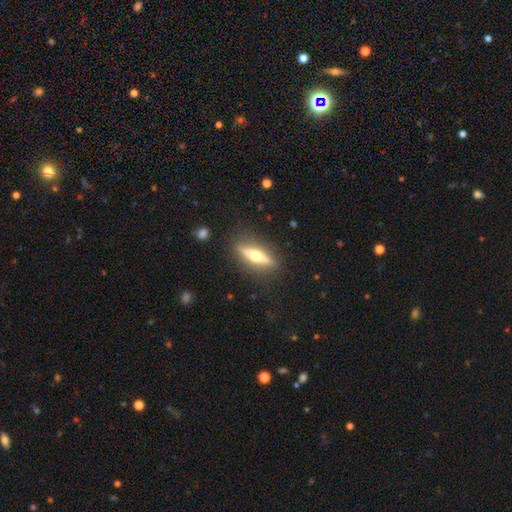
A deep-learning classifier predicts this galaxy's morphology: smooth-or-featured: featured or disk: 65% | smooth: 29% | star or artifact: 6%
  disk-edge-on: yes: 93% | no: 7%
    edge-on-bulge: rounded: 93% | none: 3% | boxy: 3%
  merging: none: 87% | minor disturbance: 9% | major disturbance: 3% | merger: 1%